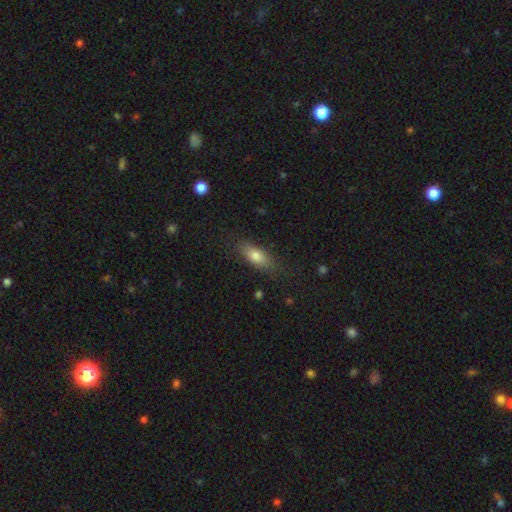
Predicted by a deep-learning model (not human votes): Morphology: type=smooth (75%); roundness=in between (68%); merging=none (78%).